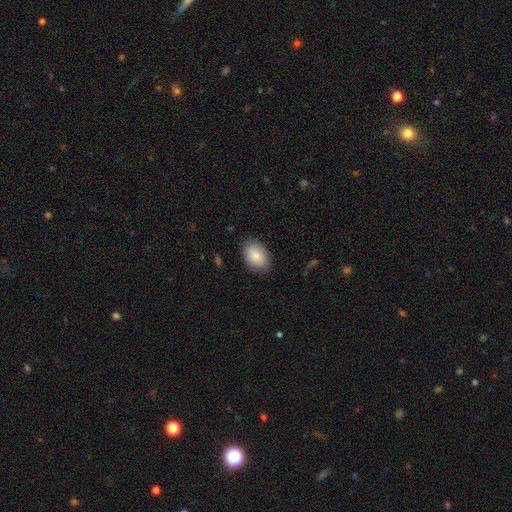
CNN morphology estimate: The model was most divided on "merging": none: 83%, minor disturbance: 13%, major disturbance: 3%, merger: 1%. More confident: smooth or featured — smooth (85%); how rounded — in between (85%).